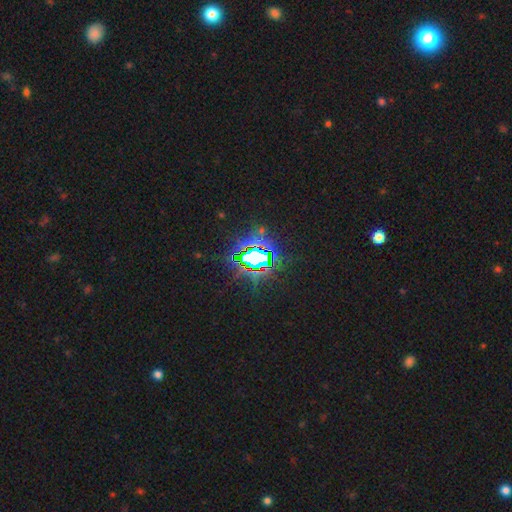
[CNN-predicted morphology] Smooth or featured? star or artifact (77%)